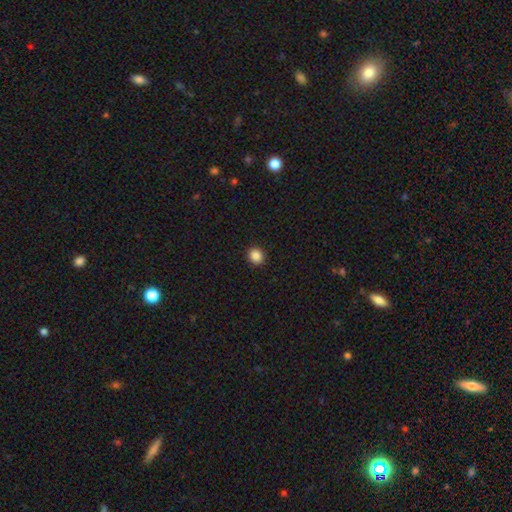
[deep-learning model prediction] Smooth or featured? smooth (86%)
How rounded? round (88%)
Merging? none (93%)